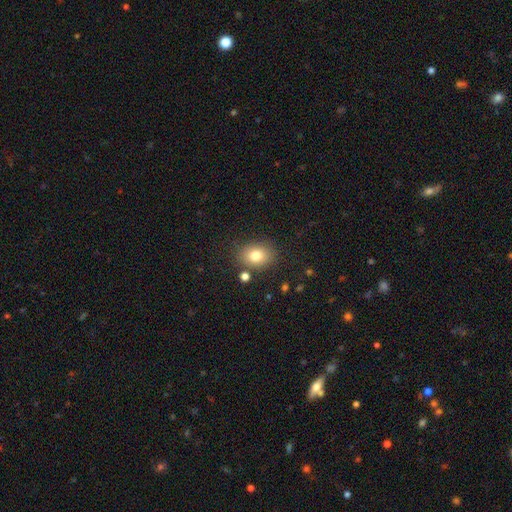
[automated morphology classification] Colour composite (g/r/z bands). It shows a smooth galaxy with no disk features (79%) that is in between round and cigar-shaped (59%). Merging: none (81%).